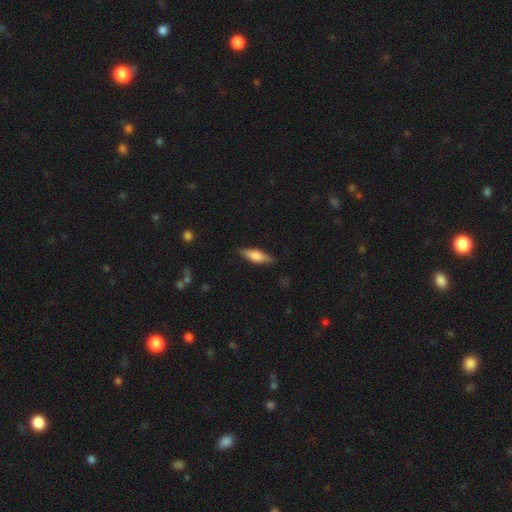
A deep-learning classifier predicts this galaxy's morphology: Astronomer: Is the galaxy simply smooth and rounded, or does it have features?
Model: smooth — 59% (runner-up: featured or disk, 35%).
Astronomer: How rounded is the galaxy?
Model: cigar-shaped — 53% (runner-up: in between, 45%).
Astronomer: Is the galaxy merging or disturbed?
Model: none — 86%.